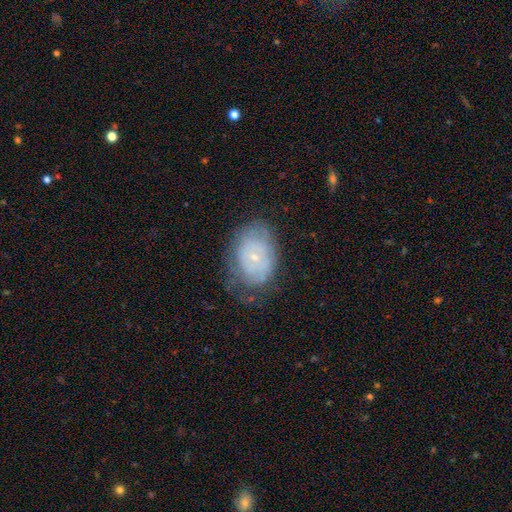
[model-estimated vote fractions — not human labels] Smooth or featured?
  - featured or disk: 57% *
  - smooth: 34%
  - star or artifact: 9%
Edge-on disk?
  - no: 95% *
  - yes: 5%
Bar?
  - no: 80% *
  - weak: 17%
  - strong: 3%
Spiral arms?
  - yes: 66% *
  - no: 34%
Bulge size?
  - small: 78% *
  - moderate: 18%
  - none: 2%
  - large: 1%
  - dominant: 1%
Merging?
  - none: 61% *
  - minor disturbance: 25%
  - major disturbance: 13%
  - merger: 1%